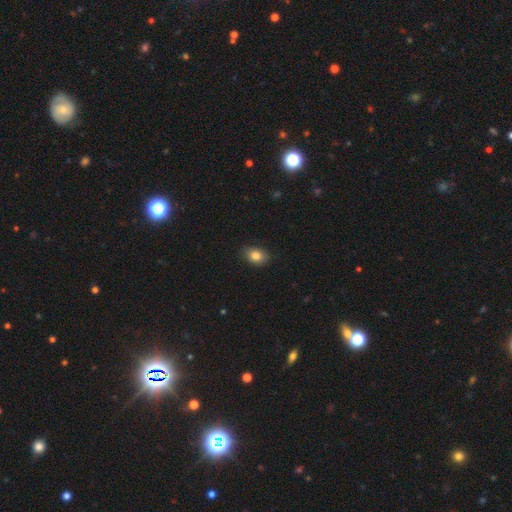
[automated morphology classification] Smooth or featured?
  - smooth: 84% *
  - star or artifact: 9%
  - featured or disk: 7%
How rounded?
  - in between: 73% *
  - round: 26%
  - cigar-shaped: 1%
Merging?
  - none: 86% *
  - minor disturbance: 11%
  - major disturbance: 2%
  - merger: 1%